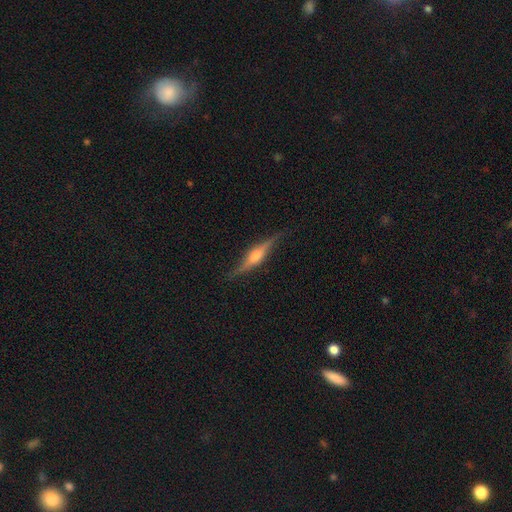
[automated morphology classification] This appears to be a featured or disk galaxy (74%) viewed edge-on (95%) with a rounded central bulge (78%). Merging: none (83%).